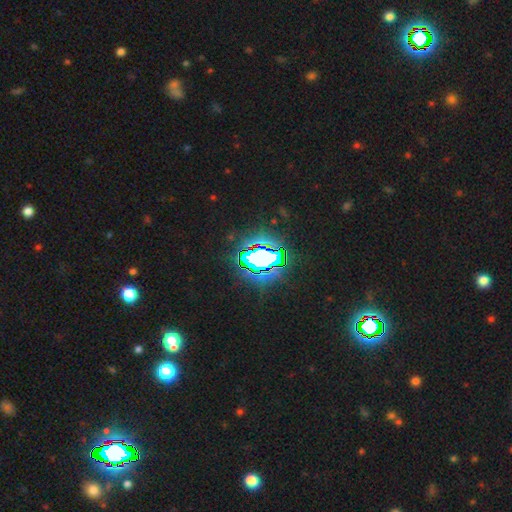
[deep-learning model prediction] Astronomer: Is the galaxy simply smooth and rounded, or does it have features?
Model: star or artifact — 75%.